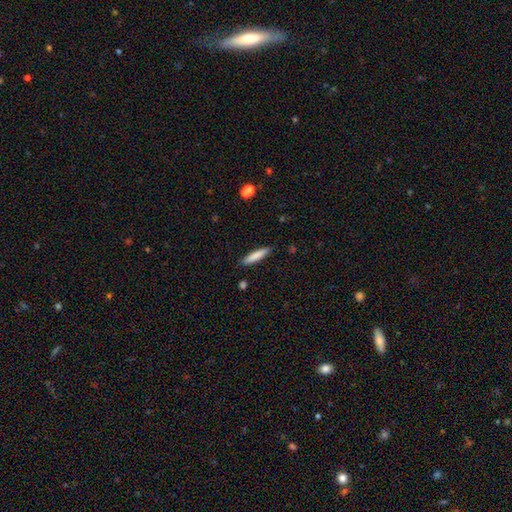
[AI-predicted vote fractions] smooth_or_featured: smooth (p=0.81) [alt: featured or disk p=0.13]
how_rounded: cigar-shaped (p=0.86) [alt: in between p=0.13]
merging: none (p=0.89) [alt: minor disturbance p=0.08]